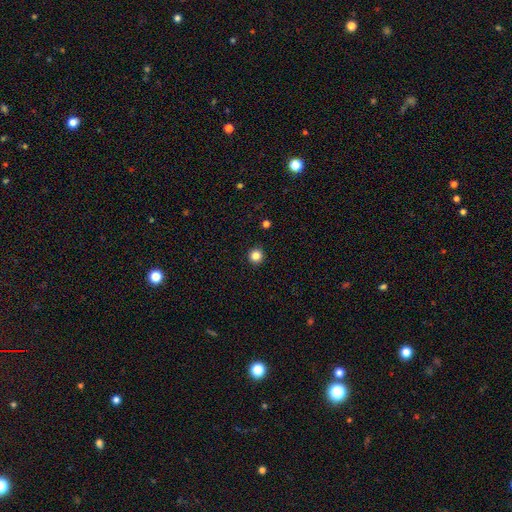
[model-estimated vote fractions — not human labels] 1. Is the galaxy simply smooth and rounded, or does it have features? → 85% smooth, 11% star or artifact, 4% featured or disk.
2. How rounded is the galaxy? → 96% round, 3% in between, 1% cigar-shaped.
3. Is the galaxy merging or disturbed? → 93% none, 4% minor disturbance, 1% major disturbance, 1% merger.